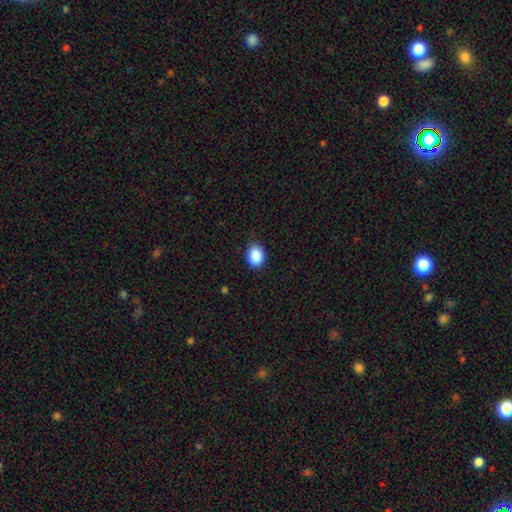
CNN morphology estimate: smooth 89%, star or artifact 8%, featured or disk 3%. Down the decision tree: how rounded — in between (52%); merging — none (84%).